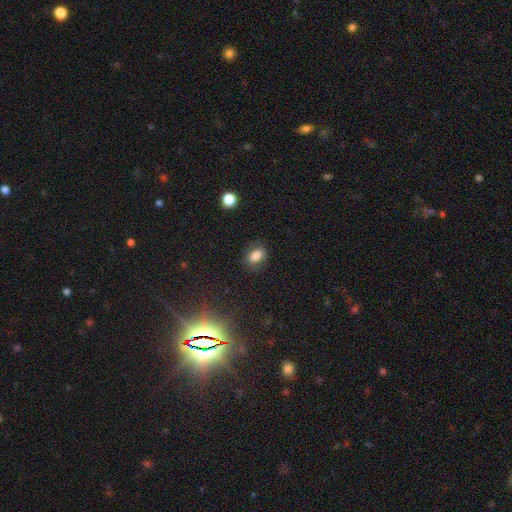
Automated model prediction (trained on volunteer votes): Morphology: type=smooth (82%); roundness=in between (79%); merging=none (78%).